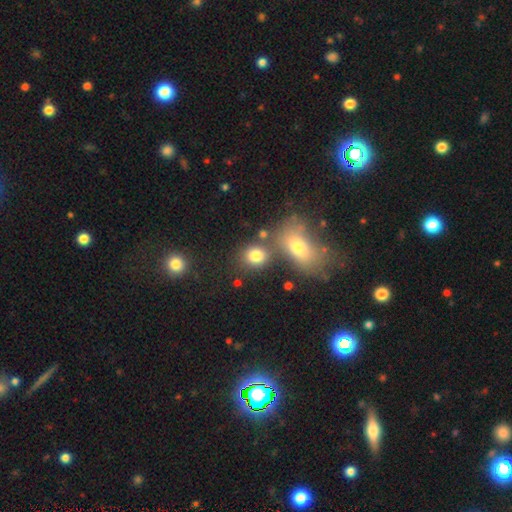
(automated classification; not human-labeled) smooth 78%, star or artifact 12%, featured or disk 9%. Down the decision tree: how rounded — round (63%); merging — none (57%).